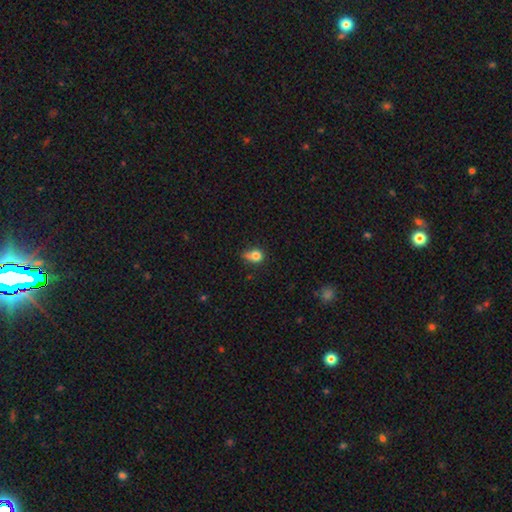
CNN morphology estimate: This appears to be a smooth galaxy with no disk features (79%) that is round (63%). Merging: none (41%).